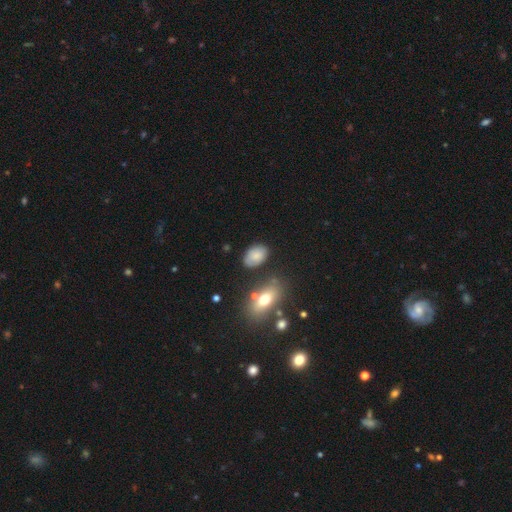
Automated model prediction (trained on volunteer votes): Smooth or featured: smooth — 80% (featured or disk — 11%)
How rounded: in between — 88% (round — 11%)
Merging: none — 73% (minor disturbance — 19%)